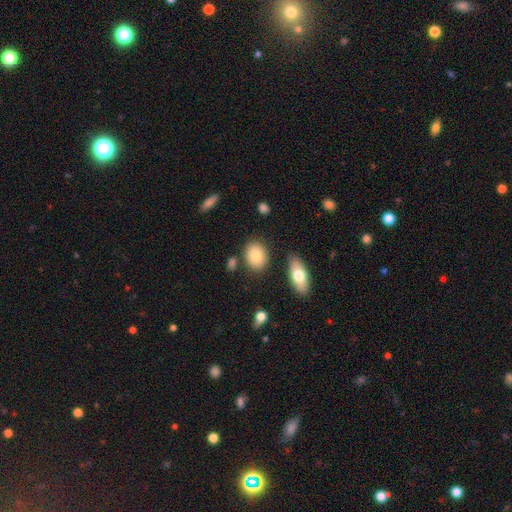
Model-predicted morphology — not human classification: The model was most divided on "how rounded": in between: 62%, round: 37%, cigar-shaped: 2%. More confident: smooth or featured — smooth (81%); merging — none (80%).